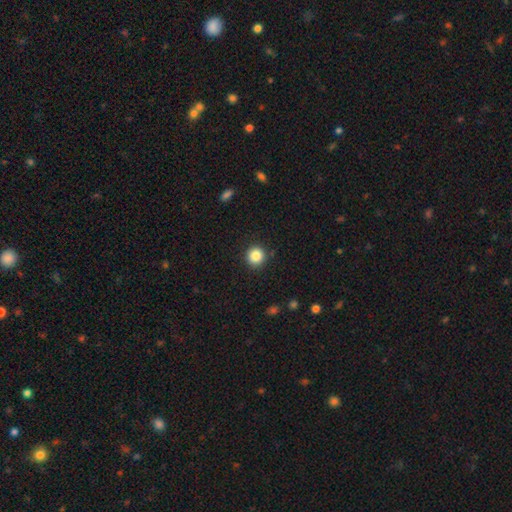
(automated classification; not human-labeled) Smooth or featured? smooth (86%)
How rounded? round (94%)
Merging? none (91%)